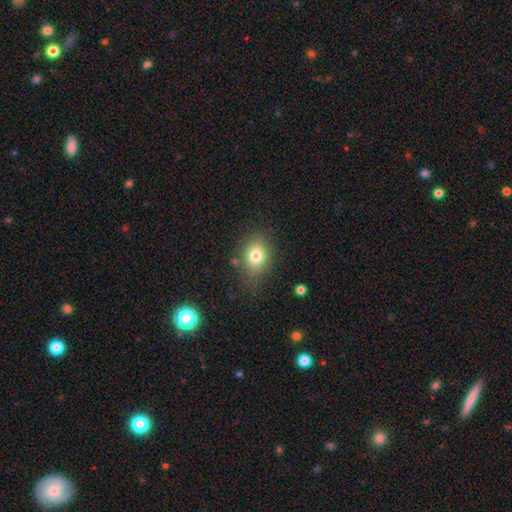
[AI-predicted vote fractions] Morphology: type=smooth (78%); roundness=in between (50%); merging=none (74%).